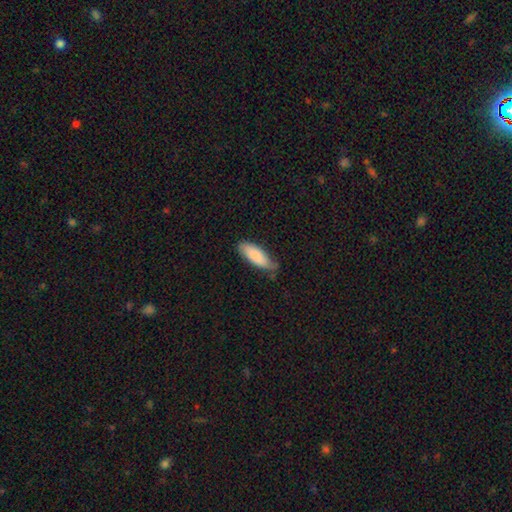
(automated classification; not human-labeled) The model was most divided on "merging": none: 57%, minor disturbance: 34%, major disturbance: 6%, merger: 2%. More confident: smooth or featured — smooth (82%); how rounded — in between (70%).